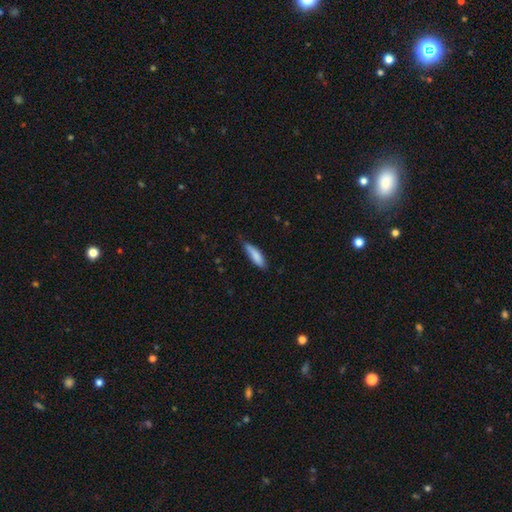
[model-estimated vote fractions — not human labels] A smooth galaxy with no disk features (83%) that is cigar-shaped (61%).

Vote fractions:
- Smooth or featured? smooth: 83% / featured or disk: 11% / star or artifact: 6%
- How rounded? cigar-shaped: 61% / in between: 37% / round: 2%
- Merging? none: 59% / minor disturbance: 34% / major disturbance: 5% / merger: 2%